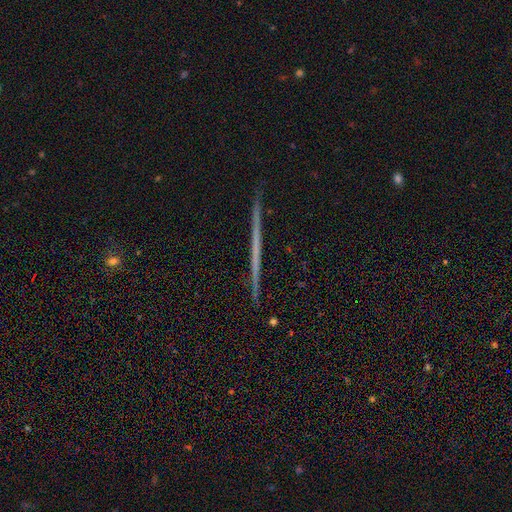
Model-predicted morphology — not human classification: The model was most divided on "smooth or featured": featured or disk: 62%, smooth: 27%, star or artifact: 12%. More confident: edge-on disk — yes (98%); merging — none (93%); edge-on bulge — none (91%).